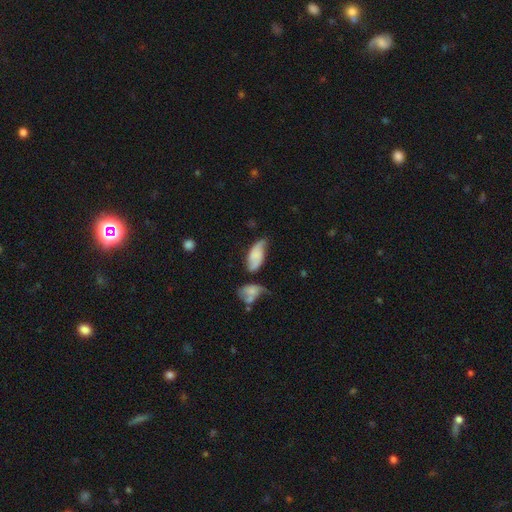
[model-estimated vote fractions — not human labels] The model was most divided on "merging": none: 39%, minor disturbance: 32%, major disturbance: 14%, merger: 14%. More confident: how rounded — in between (89%); smooth or featured — smooth (51%).